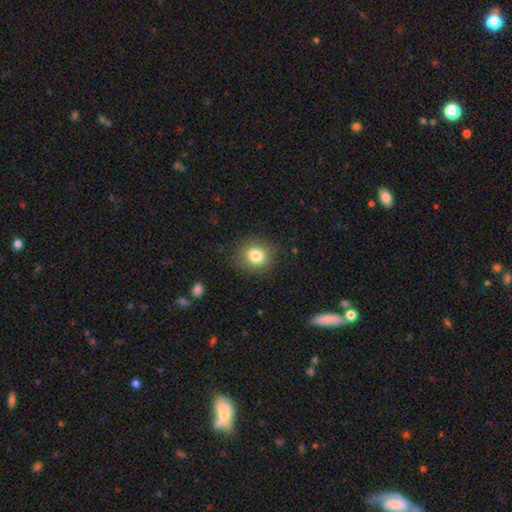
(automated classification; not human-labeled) Q: Smooth or featured?
A: smooth (81%); runner-up: star or artifact (11%)
Q: How rounded?
A: round (74%); runner-up: in between (25%)
Q: Merging?
A: none (84%); runner-up: minor disturbance (11%)